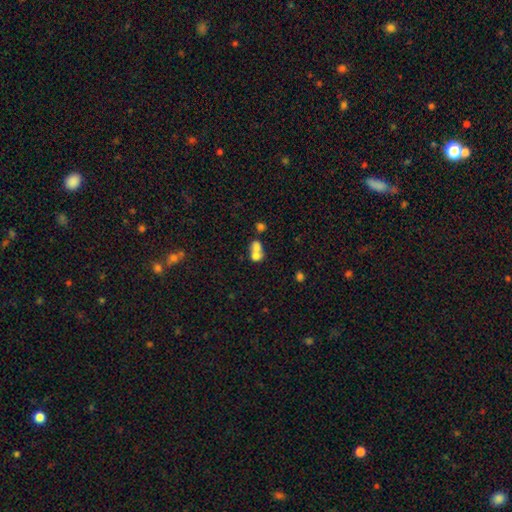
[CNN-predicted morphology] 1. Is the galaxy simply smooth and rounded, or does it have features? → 69% smooth, 20% featured or disk, 11% star or artifact.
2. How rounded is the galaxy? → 50% round, 49% in between, 2% cigar-shaped.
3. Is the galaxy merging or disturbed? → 70% merger, 20% none, 6% minor disturbance, 4% major disturbance.